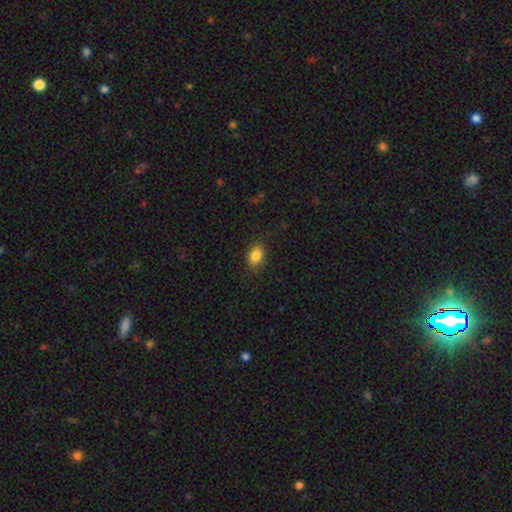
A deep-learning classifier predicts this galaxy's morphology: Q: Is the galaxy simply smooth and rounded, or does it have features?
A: smooth — 85%.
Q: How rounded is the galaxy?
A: in between — 81%.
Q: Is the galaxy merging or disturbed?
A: none — 86%.